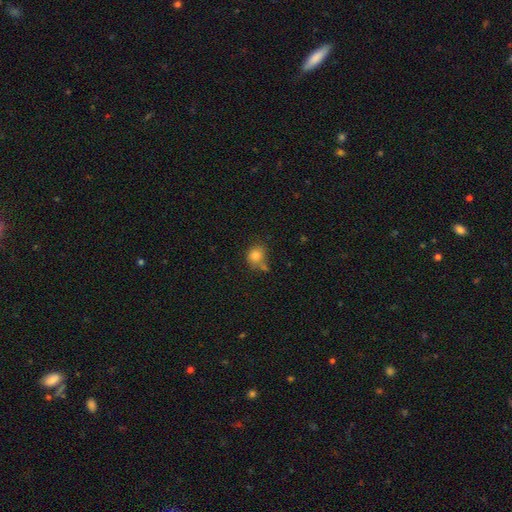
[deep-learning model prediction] A smooth galaxy with no disk features (81%) that is round (75%).

Vote fractions:
- Smooth or featured? smooth: 81% / star or artifact: 11% / featured or disk: 8%
- How rounded? round: 75% / in between: 24% / cigar-shaped: 1%
- Merging? none: 60% / minor disturbance: 19% / merger: 15% / major disturbance: 6%